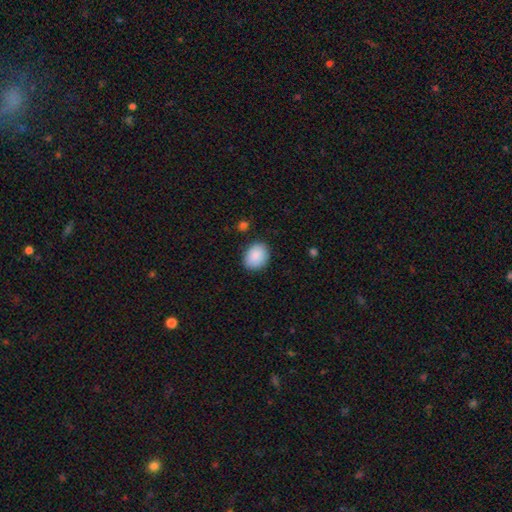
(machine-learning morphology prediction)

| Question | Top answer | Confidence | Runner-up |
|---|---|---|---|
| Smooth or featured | smooth | 90% | star or artifact (7%) |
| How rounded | in between | 57% | round (43%) |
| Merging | none | 85% | minor disturbance (11%) |